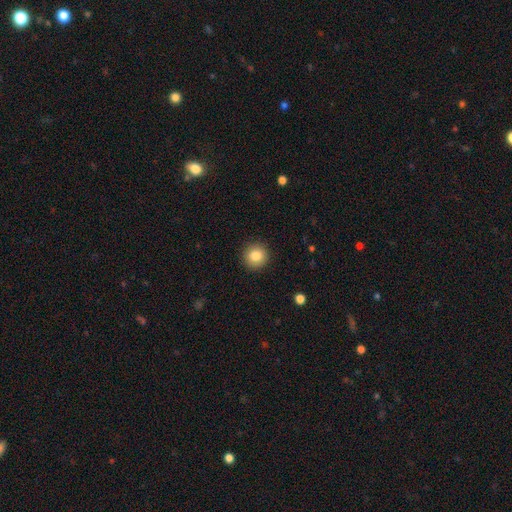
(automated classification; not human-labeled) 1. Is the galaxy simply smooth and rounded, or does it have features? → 84% smooth, 9% star or artifact, 7% featured or disk.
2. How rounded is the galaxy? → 94% round, 5% in between, 1% cigar-shaped.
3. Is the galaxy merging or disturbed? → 91% none, 6% minor disturbance, 2% major disturbance, 1% merger.